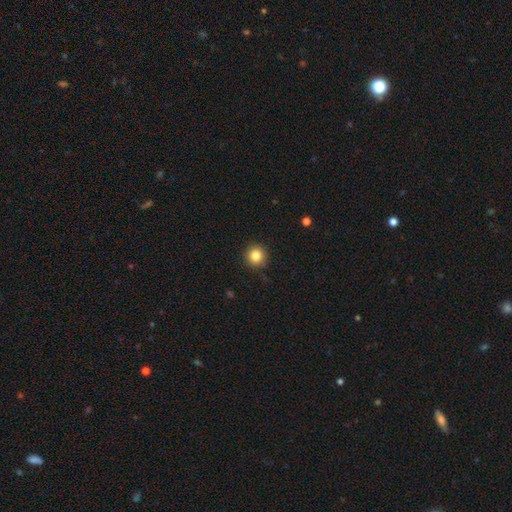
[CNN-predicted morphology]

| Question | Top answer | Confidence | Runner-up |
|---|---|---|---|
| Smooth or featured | smooth | 84% | star or artifact (10%) |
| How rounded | round | 95% | in between (5%) |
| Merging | none | 91% | minor disturbance (6%) |